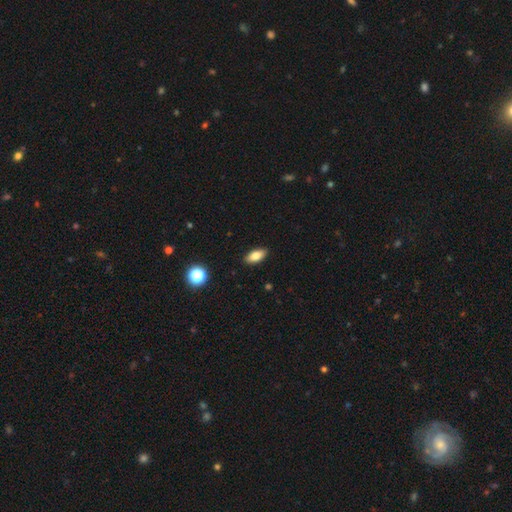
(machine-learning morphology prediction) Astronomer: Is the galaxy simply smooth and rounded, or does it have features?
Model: smooth — 79%.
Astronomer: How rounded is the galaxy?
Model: in between — 85%.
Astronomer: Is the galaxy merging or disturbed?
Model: none — 90%.